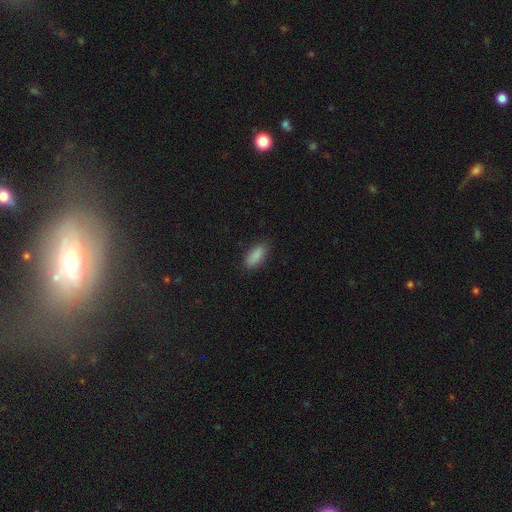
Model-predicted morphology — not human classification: A smooth galaxy with no disk features (88%) that is in between round and cigar-shaped (84%). Merging: none (83%).